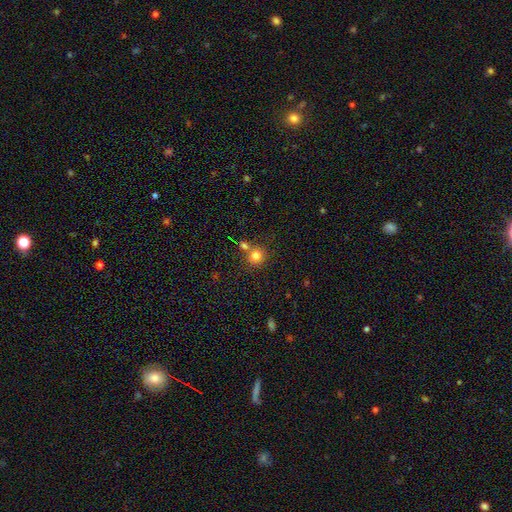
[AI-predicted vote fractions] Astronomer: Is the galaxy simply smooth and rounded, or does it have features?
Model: smooth — 80%.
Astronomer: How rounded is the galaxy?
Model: round — 89%.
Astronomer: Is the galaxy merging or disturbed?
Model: none — 64%.